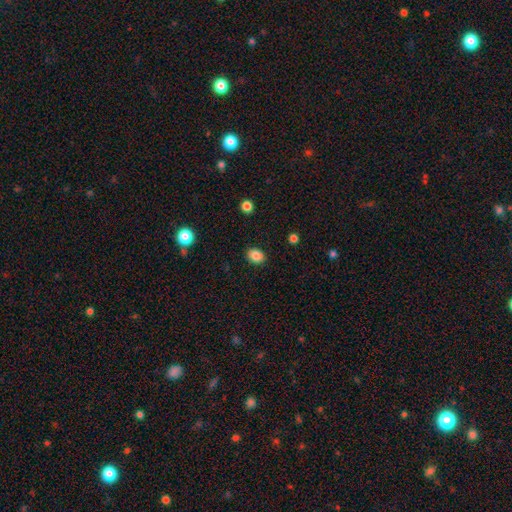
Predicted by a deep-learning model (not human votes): The model was most divided on "how rounded": in between: 62%, round: 37%, cigar-shaped: 1%. More confident: merging — none (88%); smooth or featured — smooth (85%).